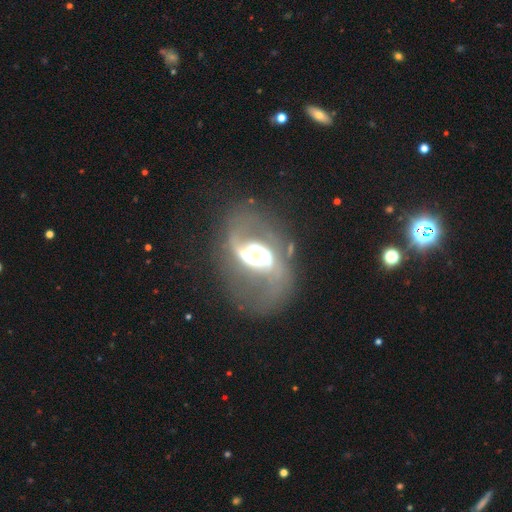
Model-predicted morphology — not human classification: smooth-or-featured: featured or disk: 84% | smooth: 9% | star or artifact: 7%
  disk-edge-on: no: 96% | yes: 4%
    bar: no: 42% | weak: 32% | strong: 26%
    has-spiral-arms: yes: 90% | no: 10%
      spiral-winding: medium: 45% | loose: 40% | tight: 15%
      spiral-arm-count: 2: 82% | 1: 7% | can't tell: 6% | 3: 2% | 4: 1% | more than 4: 1%
    bulge-size: moderate: 52% | large: 28% | small: 13% | dominant: 5% | none: 1%
  merging: none: 49% | major disturbance: 28% | minor disturbance: 16% | merger: 6%